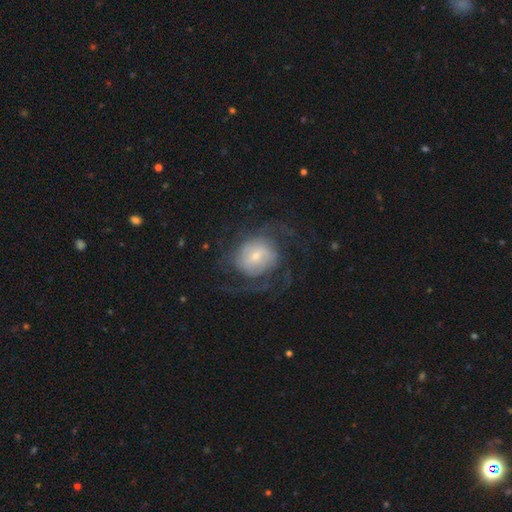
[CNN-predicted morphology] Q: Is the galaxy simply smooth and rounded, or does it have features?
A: featured or disk — 73%.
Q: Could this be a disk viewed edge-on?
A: no — 97%.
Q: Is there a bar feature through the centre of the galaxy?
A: no — 60%.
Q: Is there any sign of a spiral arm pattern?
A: yes — 86%.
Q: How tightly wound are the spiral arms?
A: medium — 42%.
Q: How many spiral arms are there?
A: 2 — 35%.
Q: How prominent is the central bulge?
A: small — 66%.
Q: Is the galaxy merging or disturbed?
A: none — 60%.